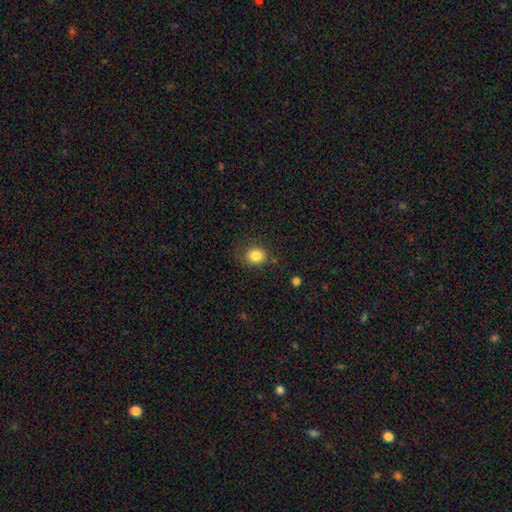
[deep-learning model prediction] This appears to be a smooth galaxy with no disk features (84%) that is round (72%). Merging: none (80%).